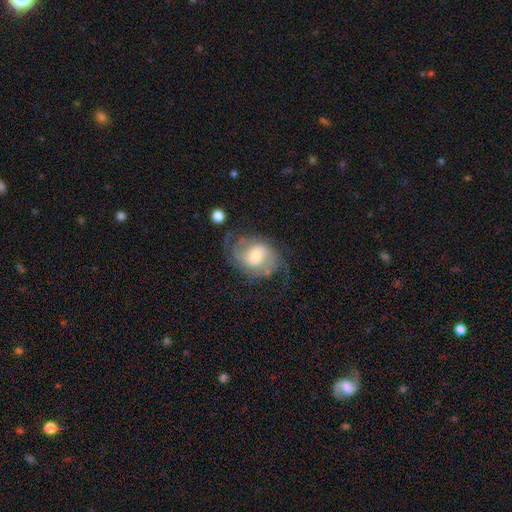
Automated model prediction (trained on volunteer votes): Overall: featured or disk (72%). Edge-on disk: no (97%). Bar: no (50%; weak 41%). Spiral arms: yes (90%). Spiral arm count: 2 (60%; can't tell 20%). Spiral winding: medium (45%; tight 33%). Bulge size: moderate (49%; small 25%). Merging: none (54%; minor disturbance 23%).